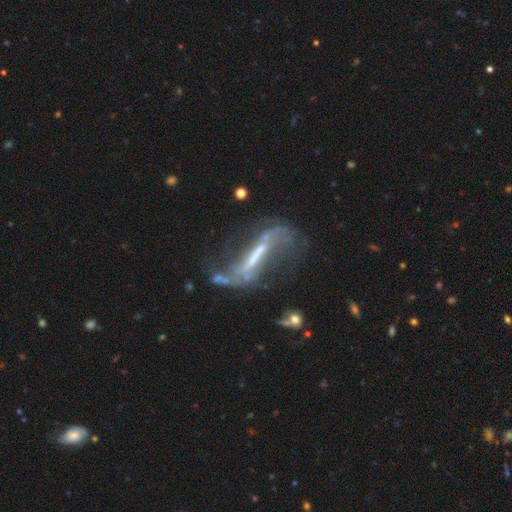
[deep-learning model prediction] This appears to be a featured or disk galaxy (80%) with a strong bar (69%), spiral arms (80%) and a small central bulge (40%). Merging: none (43%).